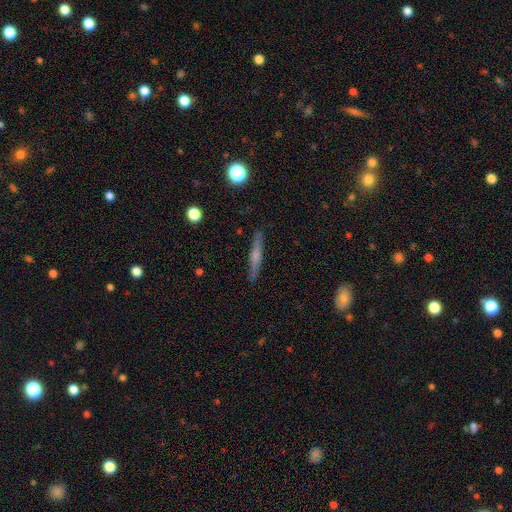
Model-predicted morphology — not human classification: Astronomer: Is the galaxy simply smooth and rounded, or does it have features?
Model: smooth — 47% (runner-up: featured or disk, 45%).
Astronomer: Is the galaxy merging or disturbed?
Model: none — 89%.